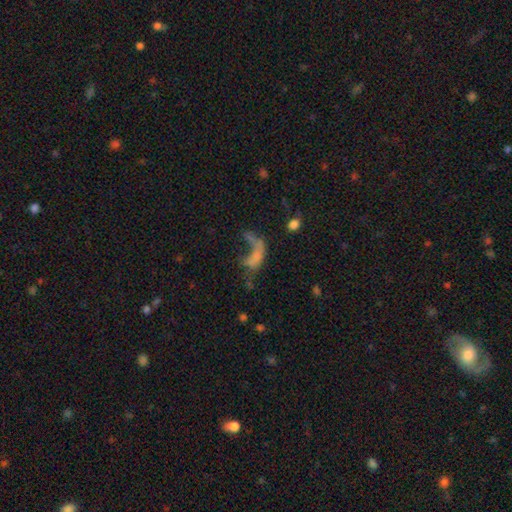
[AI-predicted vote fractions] Smooth or featured? smooth (44%)
Merging? major disturbance (47%)